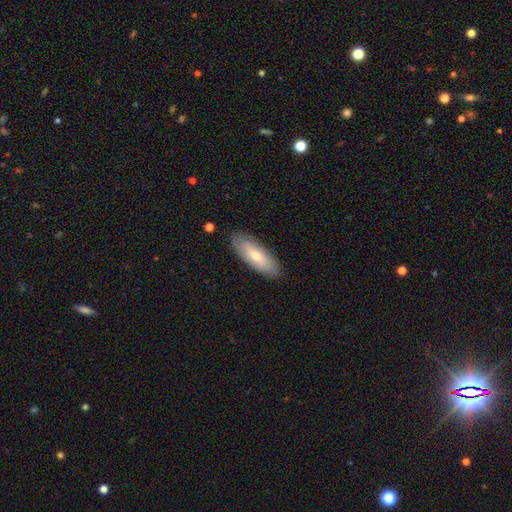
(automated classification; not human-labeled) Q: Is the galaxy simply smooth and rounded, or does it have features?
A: smooth — 59%.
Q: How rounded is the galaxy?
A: in between — 65%.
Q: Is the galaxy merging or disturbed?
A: none — 86%.